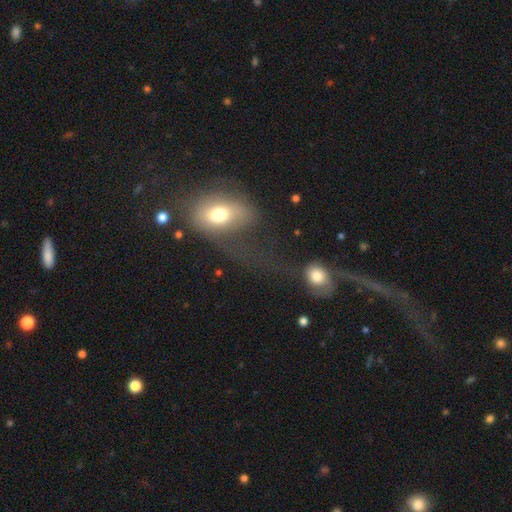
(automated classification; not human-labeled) This appears to be a featured or disk galaxy (47%). Merging: major disturbance (39%).